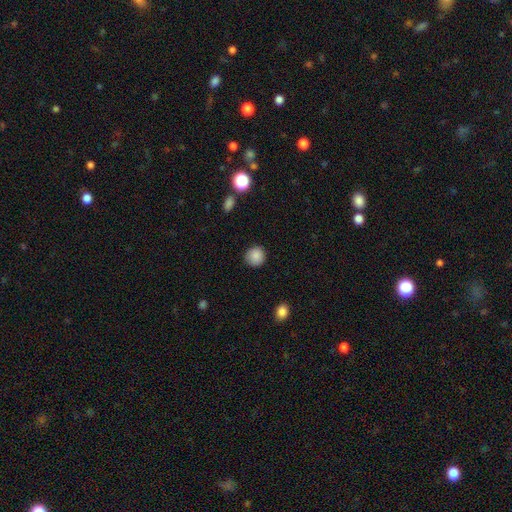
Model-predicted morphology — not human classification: Smooth or featured? Predicted: smooth (p=0.87). How rounded? Predicted: round (p=0.92). Merging? Predicted: none (p=0.89).